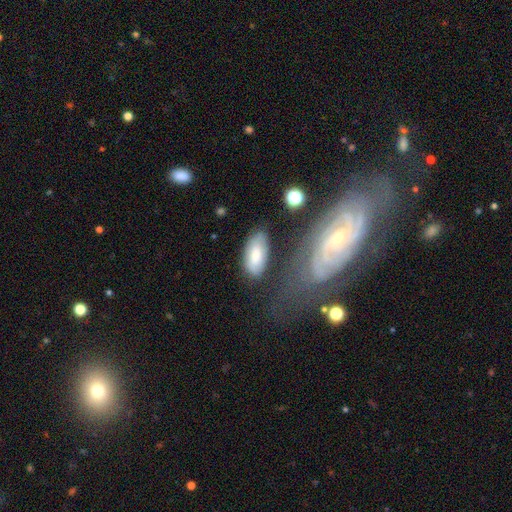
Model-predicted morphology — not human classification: This appears to be a smooth galaxy with no disk features (70%) that is in between round and cigar-shaped (90%). Merging: none (68%).